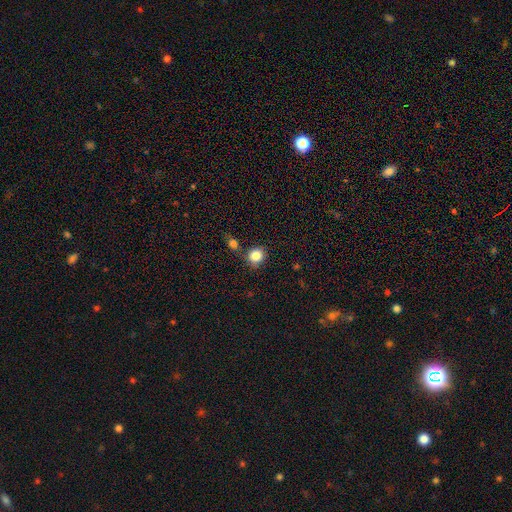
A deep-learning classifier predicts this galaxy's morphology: smooth_or_featured: smooth (p=0.84) [alt: star or artifact p=0.10]
how_rounded: round (p=0.82) [alt: in between p=0.17]
merging: none (p=0.73) [alt: merger p=0.13]